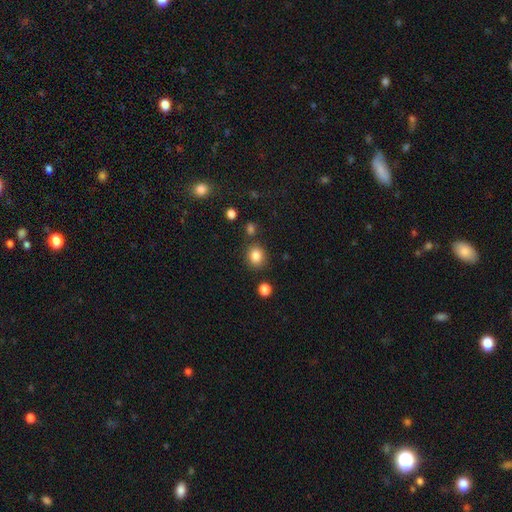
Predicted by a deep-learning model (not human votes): Smooth or featured: smooth — 85% (star or artifact — 11%)
How rounded: round — 68% (in between — 31%)
Merging: none — 80% (minor disturbance — 10%)